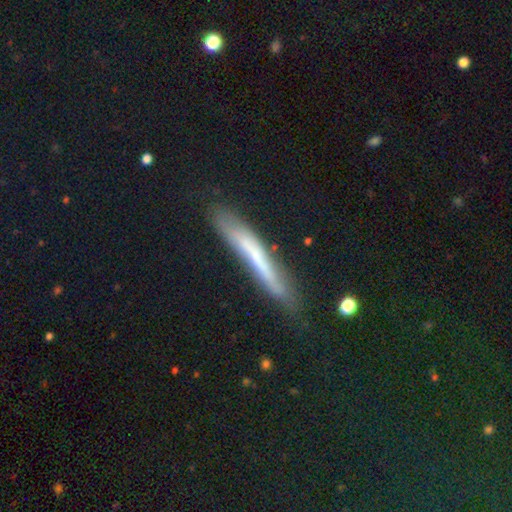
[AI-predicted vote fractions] The model was most divided on "smooth or featured": smooth: 48%, featured or disk: 44%, star or artifact: 8%. More confident: merging — none (69%).